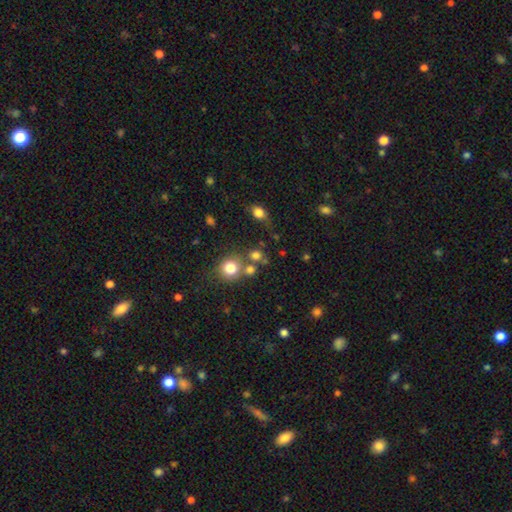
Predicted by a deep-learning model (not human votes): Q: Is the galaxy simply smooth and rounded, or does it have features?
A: smooth — 75%.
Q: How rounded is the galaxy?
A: round — 82%.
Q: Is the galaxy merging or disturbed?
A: none — 60%.